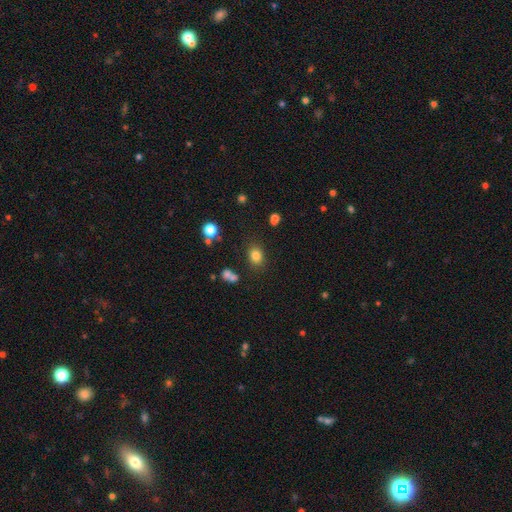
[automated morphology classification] Smooth or featured?
  - smooth: 81% *
  - star or artifact: 13%
  - featured or disk: 6%
How rounded?
  - in between: 52% *
  - round: 47%
  - cigar-shaped: 1%
Merging?
  - none: 80% *
  - minor disturbance: 12%
  - merger: 5%
  - major disturbance: 4%